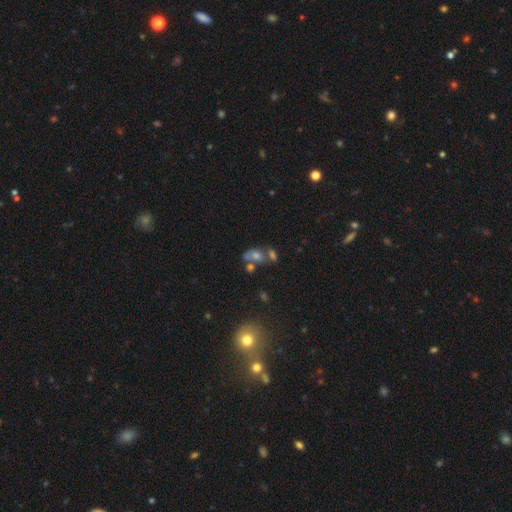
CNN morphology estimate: This appears to be a smooth galaxy with no disk features (44%). Merging: merger (44%).